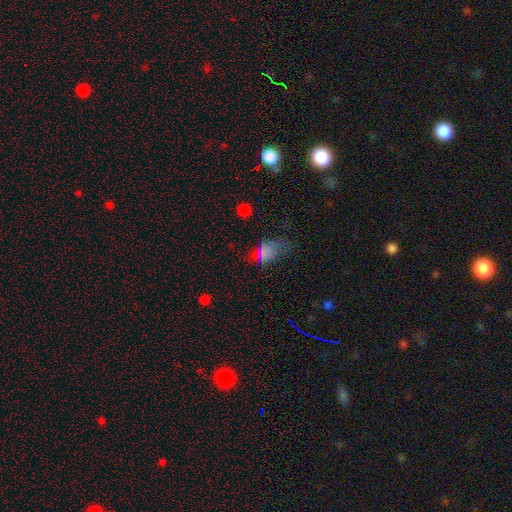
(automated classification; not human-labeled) Smooth or featured: smooth — 63% (star or artifact — 20%)
How rounded: in between — 80% (round — 15%)
Merging: major disturbance — 34% (none — 33%)